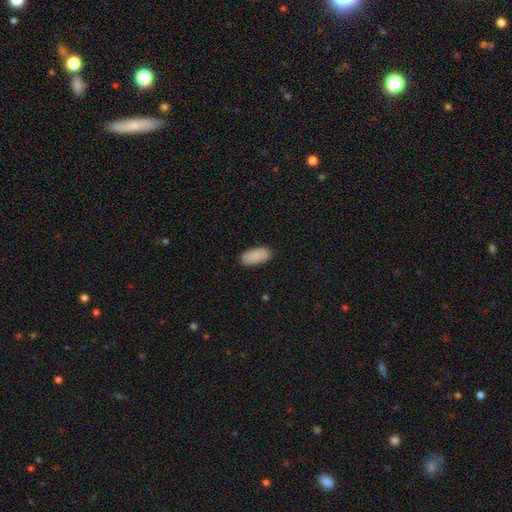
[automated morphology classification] Smooth or featured? Predicted: smooth (p=0.89). How rounded? Predicted: in between (p=0.93). Merging? Predicted: none (p=0.87).